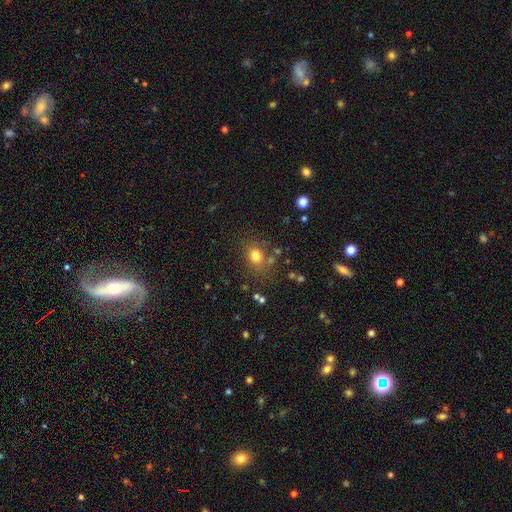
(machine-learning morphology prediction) smooth_or_featured: smooth (p=0.77) [alt: star or artifact p=0.15]
how_rounded: in between (p=0.50) [alt: round p=0.48]
merging: none (p=0.70) [alt: minor disturbance p=0.16]